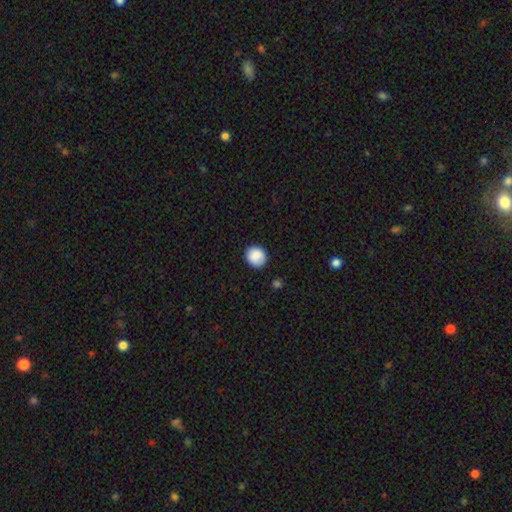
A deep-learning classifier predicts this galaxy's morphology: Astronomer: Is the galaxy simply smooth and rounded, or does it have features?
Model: smooth — 88%.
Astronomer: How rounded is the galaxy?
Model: round — 84%.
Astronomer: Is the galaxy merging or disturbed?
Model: none — 87%.